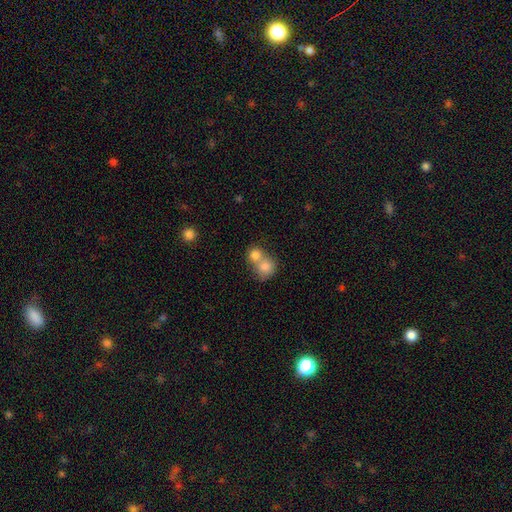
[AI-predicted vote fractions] smooth-or-featured: smooth: 79% | featured or disk: 12% | star or artifact: 9%
  how-rounded: round: 79% | in between: 20% | cigar-shaped: 1%
  merging: merger: 65% | none: 28% | minor disturbance: 5% | major disturbance: 2%